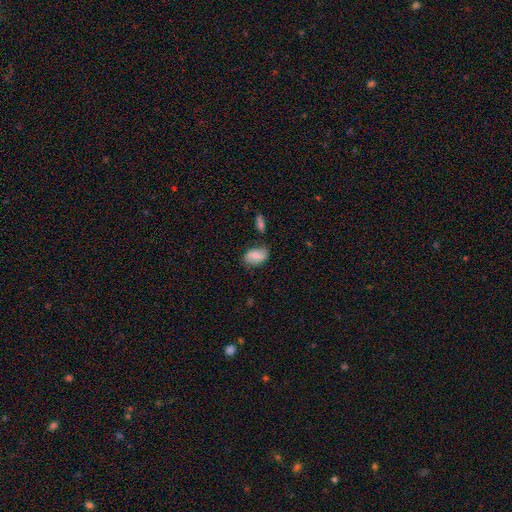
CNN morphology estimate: Smooth or featured? Predicted: smooth (p=0.61). How rounded? Predicted: in between (p=0.87). Merging? Predicted: none (p=0.69).